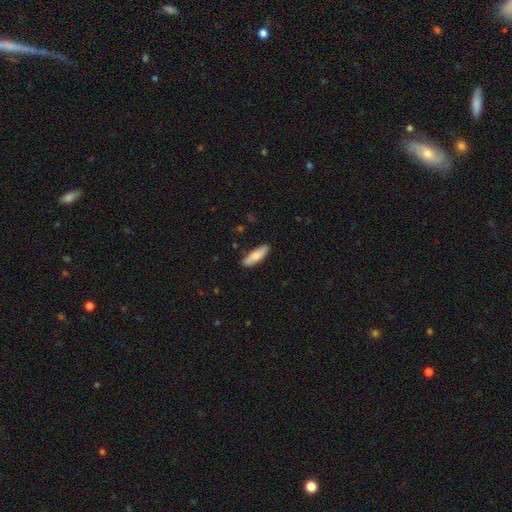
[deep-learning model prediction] A smooth galaxy with no disk features (81%) that is in between round and cigar-shaped (50%).

Vote fractions:
- Smooth or featured? smooth: 81% / featured or disk: 13% / star or artifact: 6%
- How rounded? in between: 50% / cigar-shaped: 48% / round: 2%
- Merging? none: 85% / minor disturbance: 12% / major disturbance: 2% / merger: 1%